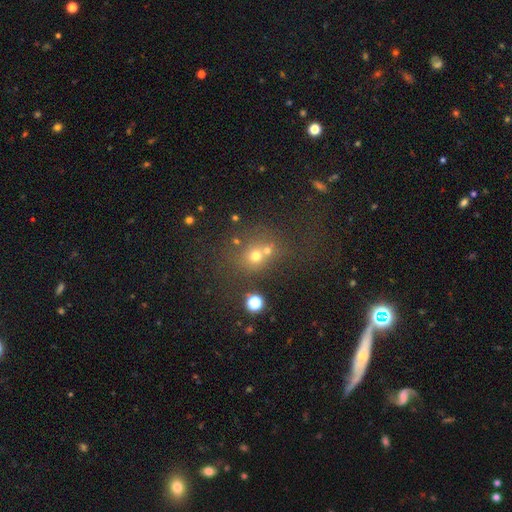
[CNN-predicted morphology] A smooth galaxy with no disk features (61%) that is round (79%). Merging: none (50%).